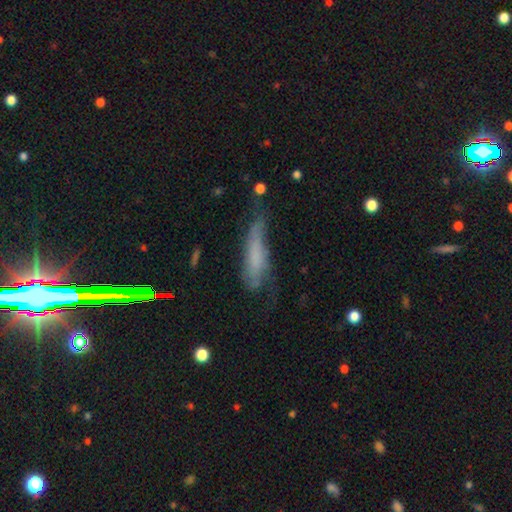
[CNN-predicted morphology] The model was most divided on "merging": none: 40%, minor disturbance: 35%, major disturbance: 22%, merger: 4%. More confident: how rounded — cigar-shaped (71%); smooth or featured — smooth (55%).